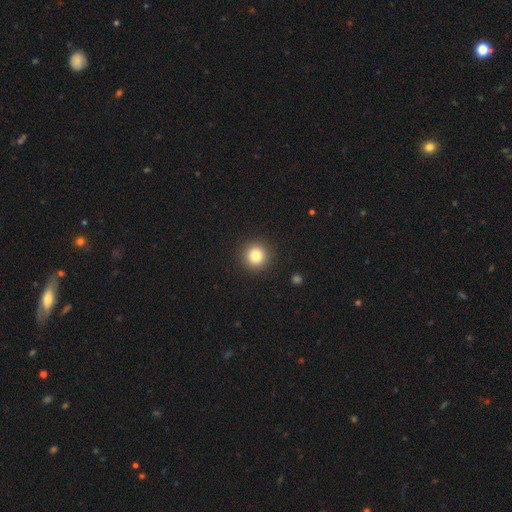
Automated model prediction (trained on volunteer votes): The model was most divided on "smooth or featured": smooth: 82%, star or artifact: 11%, featured or disk: 7%. More confident: how rounded — round (95%); merging — none (92%).